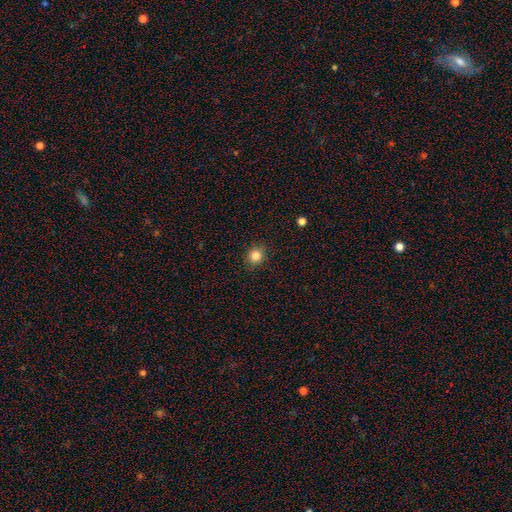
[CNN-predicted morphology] smooth_or_featured: smooth (p=0.84) [alt: star or artifact p=0.11]
how_rounded: round (p=0.80) [alt: in between p=0.19]
merging: none (p=0.89) [alt: minor disturbance p=0.08]